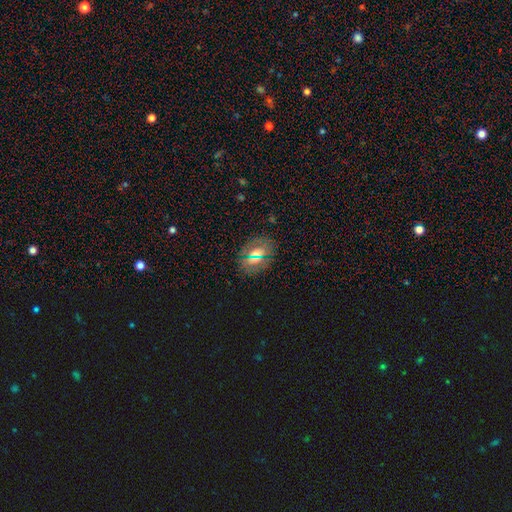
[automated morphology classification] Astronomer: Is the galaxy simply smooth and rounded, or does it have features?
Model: smooth — 61%.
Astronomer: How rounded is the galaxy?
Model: in between — 65%.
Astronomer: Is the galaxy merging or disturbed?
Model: none — 87%.